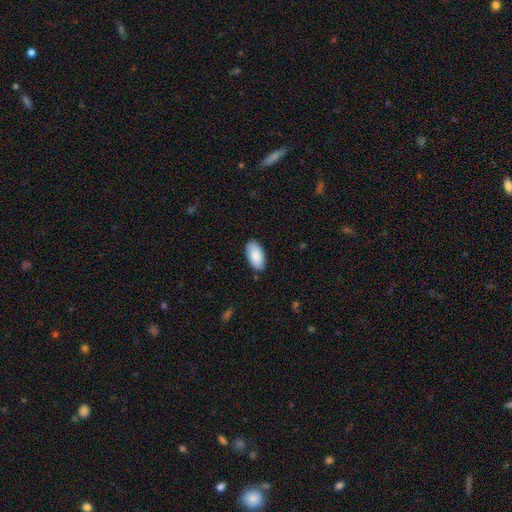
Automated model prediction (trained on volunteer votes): smooth-or-featured: smooth: 89% | featured or disk: 6% | star or artifact: 6%
  how-rounded: in between: 96% | cigar-shaped: 2% | round: 2%
  merging: none: 87% | minor disturbance: 10% | major disturbance: 2% | merger: 1%